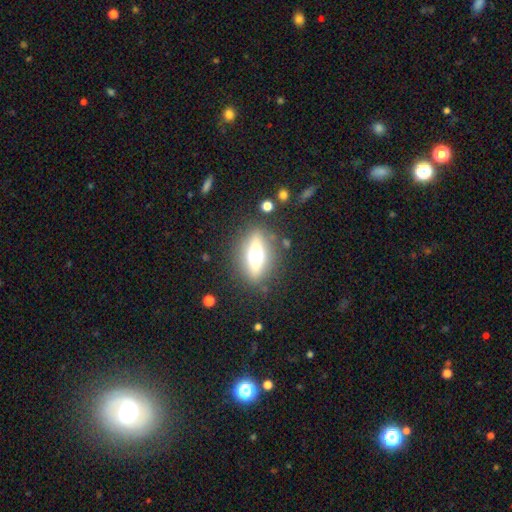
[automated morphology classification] The model was most divided on "smooth or featured": featured or disk: 49%, smooth: 40%, star or artifact: 11%. More confident: merging — none (83%).